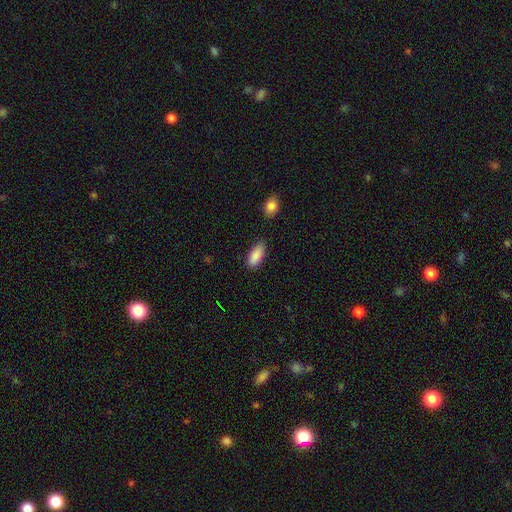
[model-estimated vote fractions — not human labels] smooth 88%, star or artifact 7%, featured or disk 5%. Down the decision tree: how rounded — in between (85%); merging — none (78%).